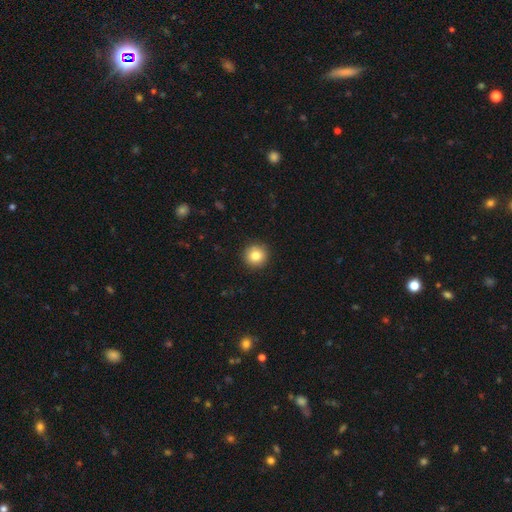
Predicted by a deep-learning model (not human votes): Smooth or featured: smooth — 83% (star or artifact — 10%)
How rounded: round — 95% (in between — 4%)
Merging: none — 92% (minor disturbance — 5%)